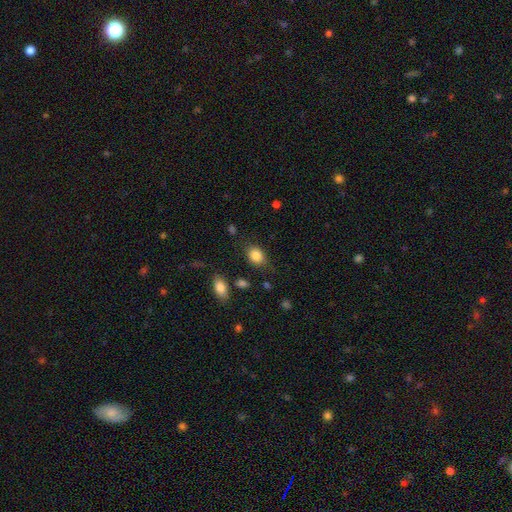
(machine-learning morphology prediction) This appears to be a smooth galaxy with no disk features (84%) that is in between round and cigar-shaped (59%). Merging: none (72%).